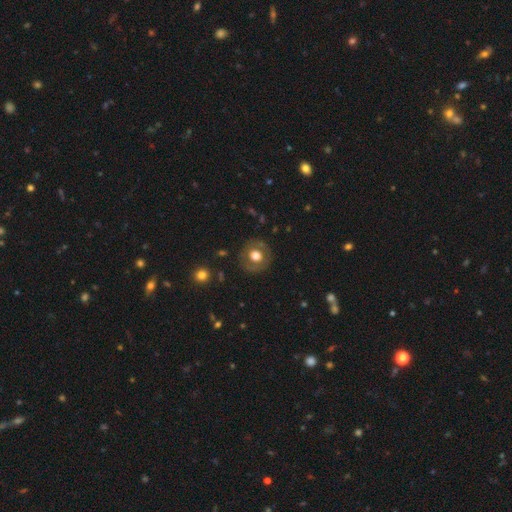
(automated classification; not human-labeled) The model was most divided on "smooth or featured": smooth: 57%, featured or disk: 34%, star or artifact: 9%. More confident: how rounded — round (89%); merging — none (85%).